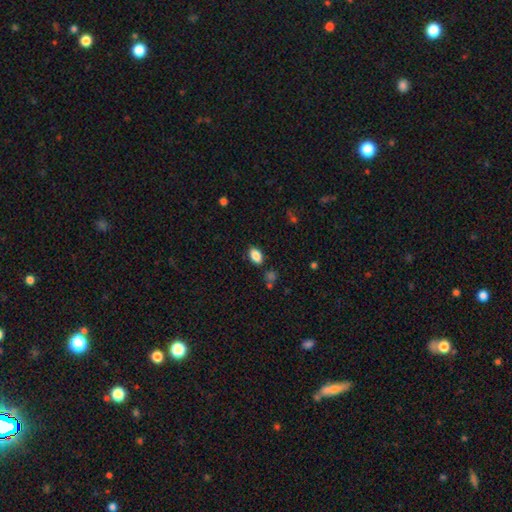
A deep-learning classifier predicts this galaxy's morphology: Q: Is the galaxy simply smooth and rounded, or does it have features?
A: smooth — 86%.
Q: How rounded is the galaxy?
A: in between — 90%.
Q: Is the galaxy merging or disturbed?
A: none — 83%.